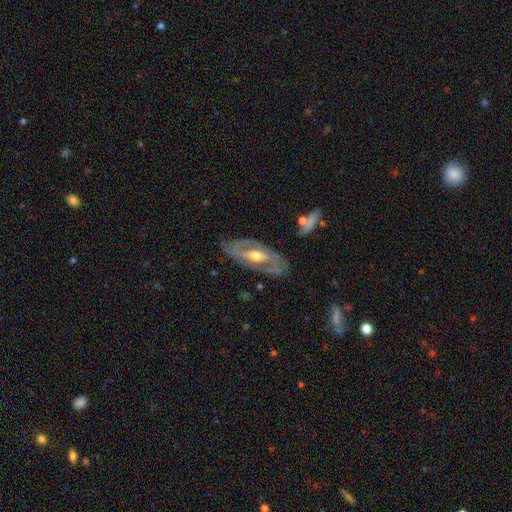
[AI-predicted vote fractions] Overall: featured or disk (81%). Edge-on disk: no (87%). Bar: weak (37%; strong 36%). Spiral arms: yes (75%). Spiral arm count: 2 (71%). Spiral winding: tight (47%; medium 38%). Bulge size: moderate (70%). Merging: none (78%).